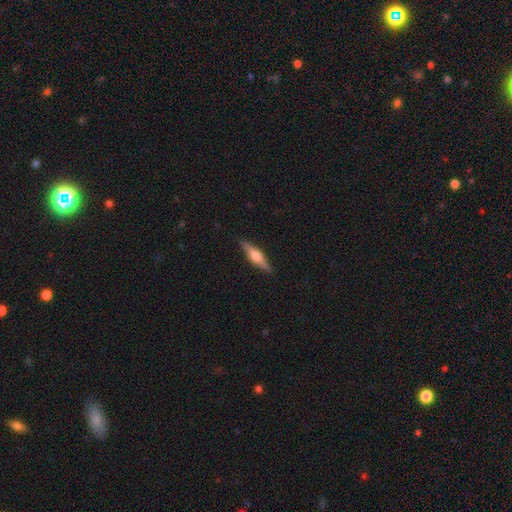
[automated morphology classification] smooth-or-featured: featured or disk: 65% | smooth: 29% | star or artifact: 6%
  disk-edge-on: yes: 97% | no: 3%
    edge-on-bulge: rounded: 88% | boxy: 9% | none: 3%
  merging: none: 90% | minor disturbance: 7% | major disturbance: 2% | merger: 1%